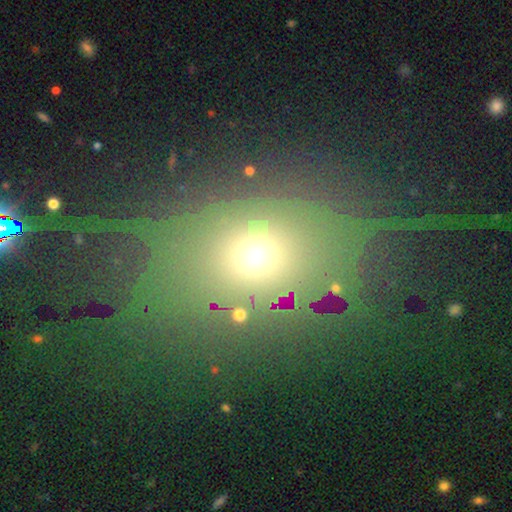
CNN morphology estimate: This is likely a smooth galaxy (62%). How rounded: possibly in between (51%). Merging: likely none (65%).